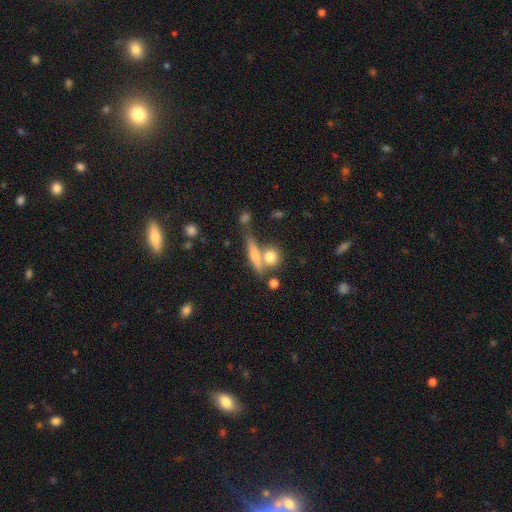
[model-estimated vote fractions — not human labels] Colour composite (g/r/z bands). It shows a smooth galaxy with no disk features (55%) that is cigar-shaped (64%). Merging: none (57%).